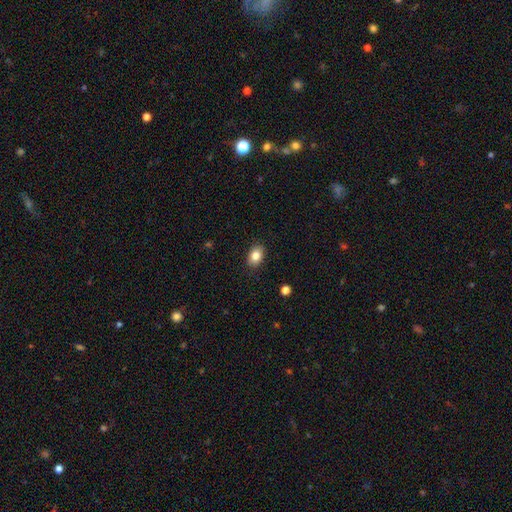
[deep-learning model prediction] Smooth or featured: smooth — 84% (star or artifact — 9%)
How rounded: in between — 80% (round — 18%)
Merging: none — 88% (minor disturbance — 9%)